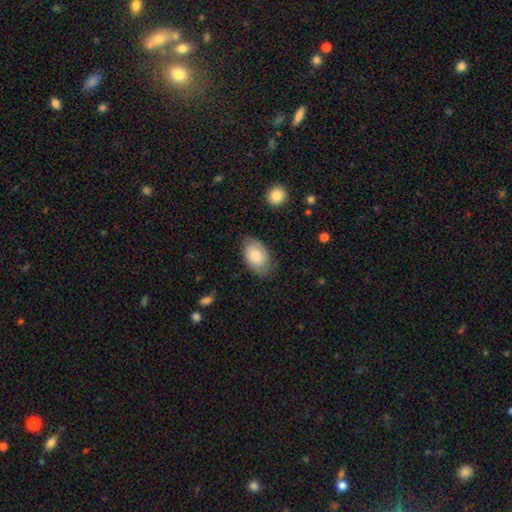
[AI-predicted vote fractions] A smooth galaxy with no disk features (78%) that is in between round and cigar-shaped (91%). Merging: none (74%).